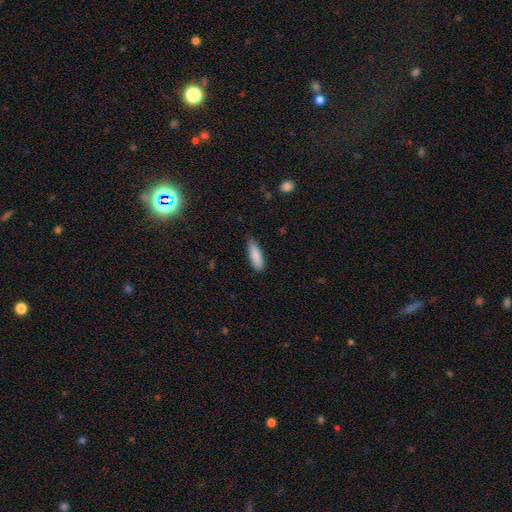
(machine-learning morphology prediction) A smooth galaxy with no disk features (88%) that is cigar-shaped (50%).

Vote fractions:
- Smooth or featured? smooth: 88% / featured or disk: 6% / star or artifact: 6%
- How rounded? cigar-shaped: 50% / in between: 48% / round: 2%
- Merging? none: 80% / minor disturbance: 16% / major disturbance: 2% / merger: 1%